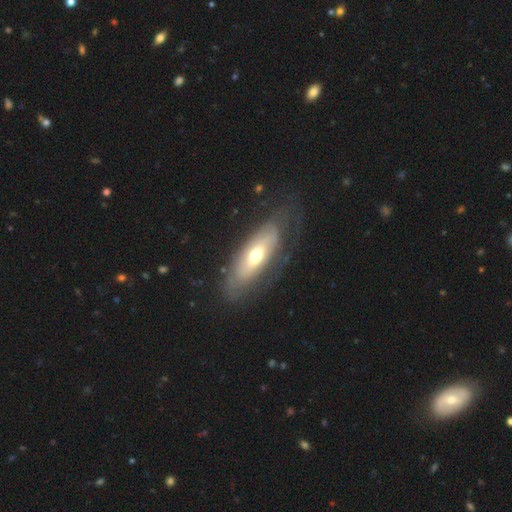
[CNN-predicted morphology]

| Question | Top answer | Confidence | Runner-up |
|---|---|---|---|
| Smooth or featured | featured or disk | 55% | smooth (39%) |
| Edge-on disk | no | 74% | yes (26%) |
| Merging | none | 63% | minor disturbance (21%) |